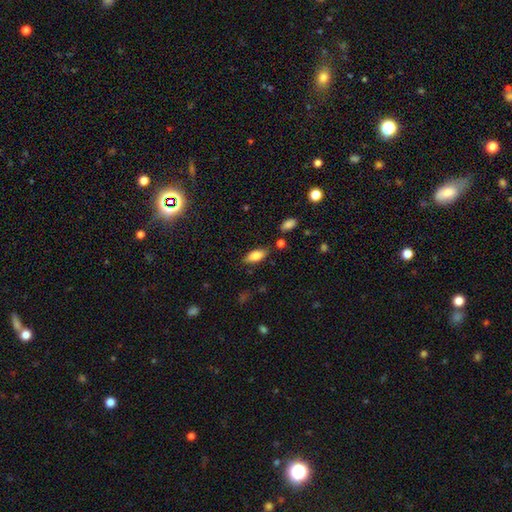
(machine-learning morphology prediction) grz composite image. It shows a smooth galaxy with no disk features (79%) that is in between round and cigar-shaped (82%). Merging: none (78%).